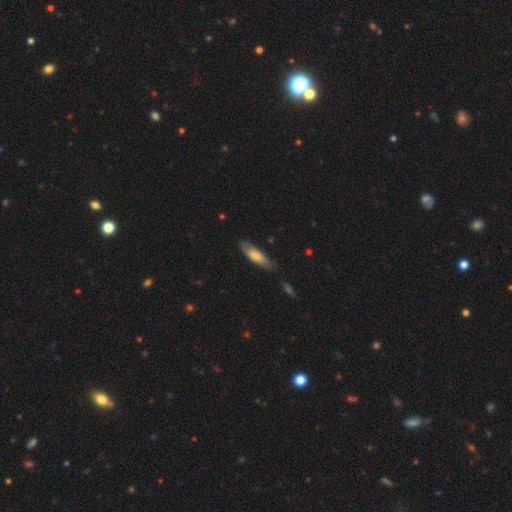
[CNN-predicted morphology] Smooth or featured: smooth — 68% (featured or disk — 26%)
How rounded: cigar-shaped — 54% (in between — 44%)
Merging: none — 68% (minor disturbance — 25%)